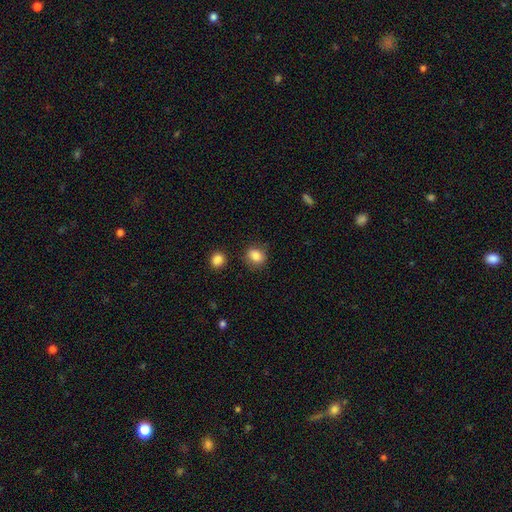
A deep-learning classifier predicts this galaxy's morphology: A smooth galaxy with no disk features (84%) that is round (56%).

Vote fractions:
- Smooth or featured? smooth: 84% / star or artifact: 10% / featured or disk: 7%
- How rounded? round: 56% / in between: 43% / cigar-shaped: 1%
- Merging? none: 81% / minor disturbance: 12% / merger: 4% / major disturbance: 3%